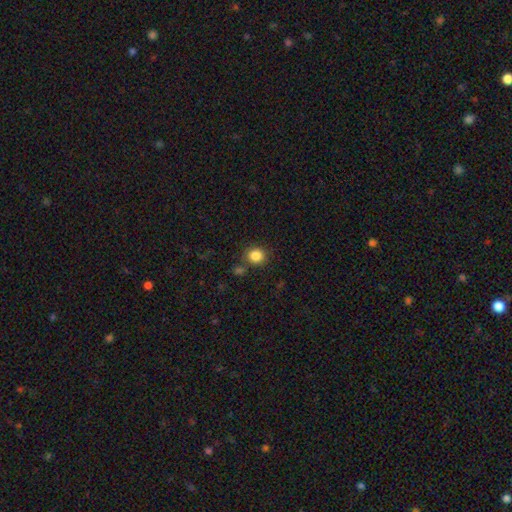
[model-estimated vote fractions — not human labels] Overall: smooth (86%). How rounded: round (84%). Merging: none (78%).